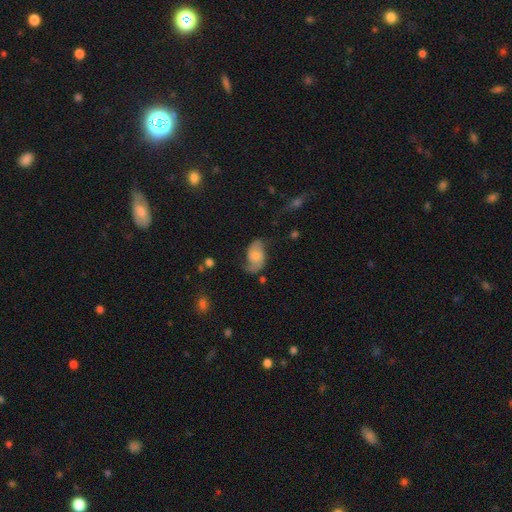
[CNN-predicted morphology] A featured or disk galaxy (58%) with no bar (68%), spiral arms (88%) and a moderate central bulge (42%).

Vote fractions:
- Smooth or featured? featured or disk: 58% / smooth: 35% / star or artifact: 8%
- Edge-on disk? no: 96% / yes: 4%
- Bar? no: 68% / weak: 27% / strong: 5%
- Spiral arms? yes: 88% / no: 12%
- Bulge size? moderate: 42% / small: 40% / none: 9% / large: 7% / dominant: 2%
- Merging? none: 52% / minor disturbance: 28% / major disturbance: 18% / merger: 2%